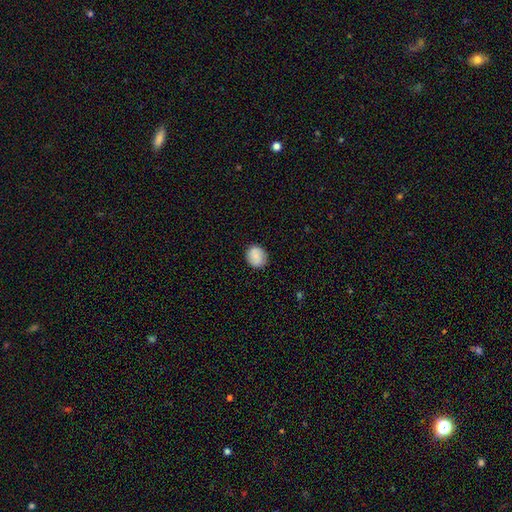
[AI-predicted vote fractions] The model was most divided on "how rounded": round: 77%, in between: 22%, cigar-shaped: 1%. More confident: merging — none (86%); smooth or featured — smooth (84%).